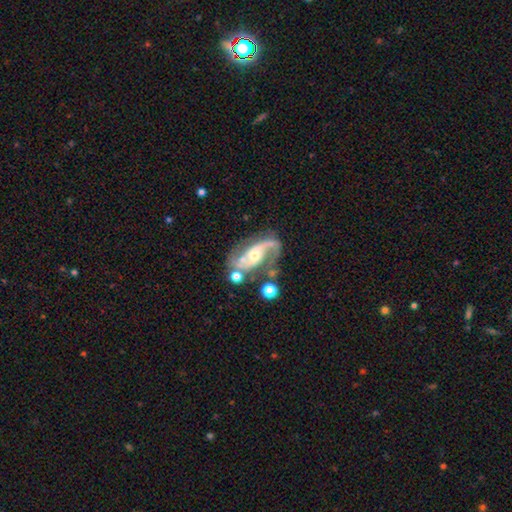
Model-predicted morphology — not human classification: The model was most divided on "bulge size": moderate: 52%, small: 42%, large: 3%, none: 2%, dominant: 1%. Remaining: spiral arms — yes (97%); edge-on disk — no (96%); smooth or featured — featured or disk (88%); spiral arm count — 2 (87%); merging — none (57%); bar — no (49%); spiral winding — medium (48%).